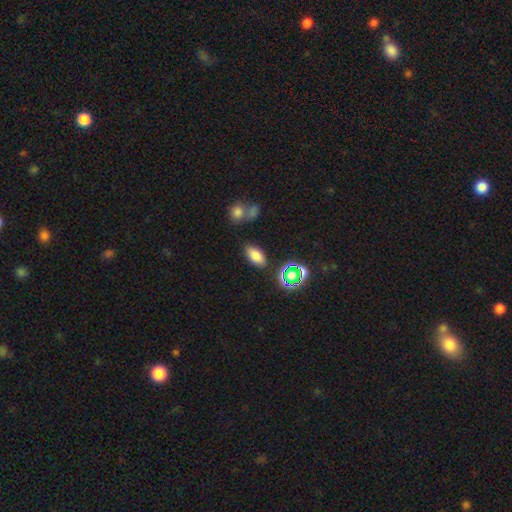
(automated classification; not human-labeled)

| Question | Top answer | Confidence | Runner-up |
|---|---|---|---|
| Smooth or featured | smooth | 77% | star or artifact (15%) |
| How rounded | in between | 89% | round (6%) |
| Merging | none | 83% | minor disturbance (10%) |